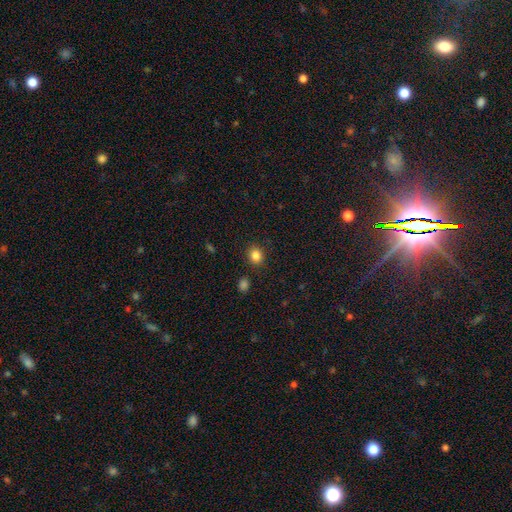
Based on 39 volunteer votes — Morphology: type=smooth (87%); roundness=round (82%); merging=none (97%).